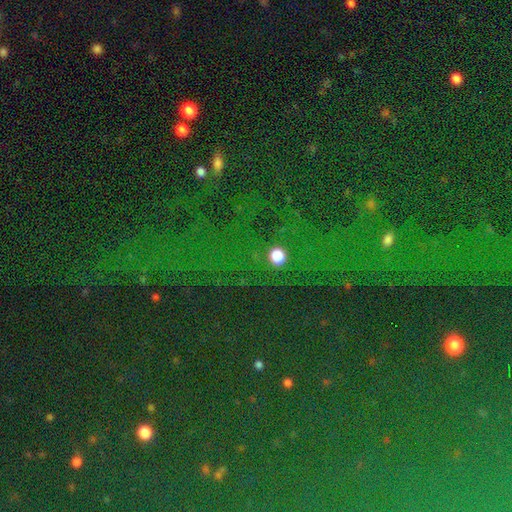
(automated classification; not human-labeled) A star or artifact, not a galaxy (83%).

Vote fractions:
- Smooth or featured? star or artifact: 83% / smooth: 10% / featured or disk: 7%